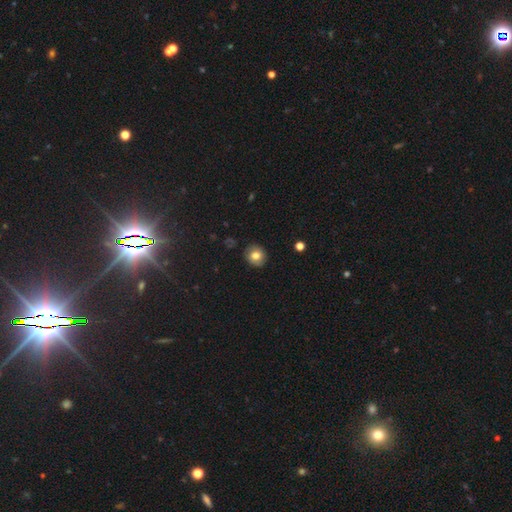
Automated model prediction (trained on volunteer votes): smooth_or_featured: smooth (p=0.78) [alt: featured or disk p=0.12]
how_rounded: round (p=0.82) [alt: in between p=0.17]
merging: none (p=0.87) [alt: minor disturbance p=0.10]